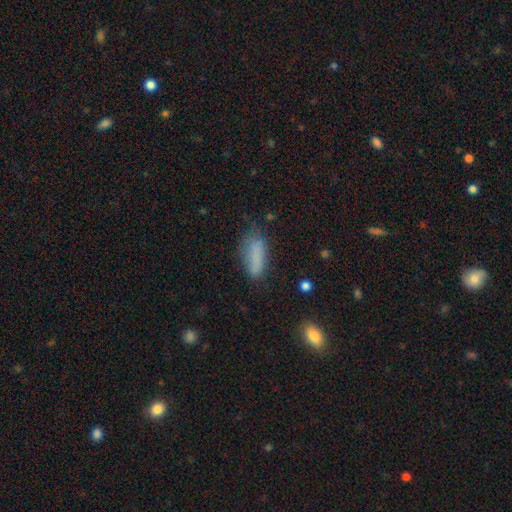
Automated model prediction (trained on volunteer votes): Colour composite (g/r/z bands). It shows a smooth galaxy with no disk features (81%) that is in between round and cigar-shaped (66%). Merging: none (58%).